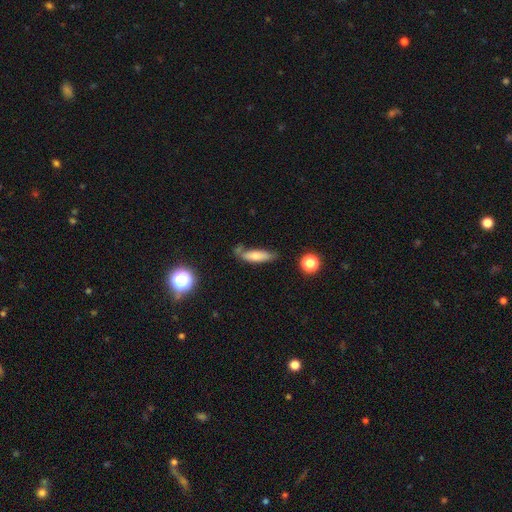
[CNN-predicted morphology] Overall: smooth (67%). How rounded: cigar-shaped (57%; in between 40%). Merging: none (62%).